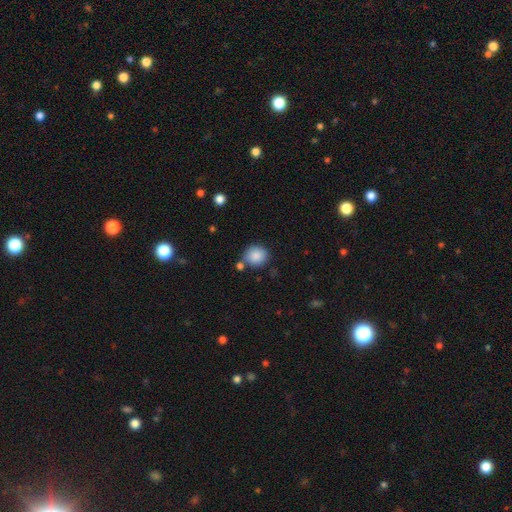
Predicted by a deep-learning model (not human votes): smooth 87%, star or artifact 8%, featured or disk 5%. Down the decision tree: how rounded — round (83%); merging — none (73%).